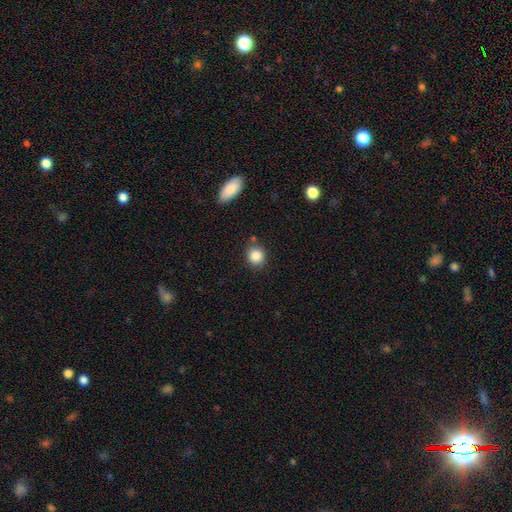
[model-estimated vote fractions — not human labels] smooth-or-featured: smooth: 86% | star or artifact: 10% | featured or disk: 4%
  how-rounded: round: 85% | in between: 14% | cigar-shaped: 1%
  merging: none: 80% | minor disturbance: 11% | merger: 5% | major disturbance: 3%